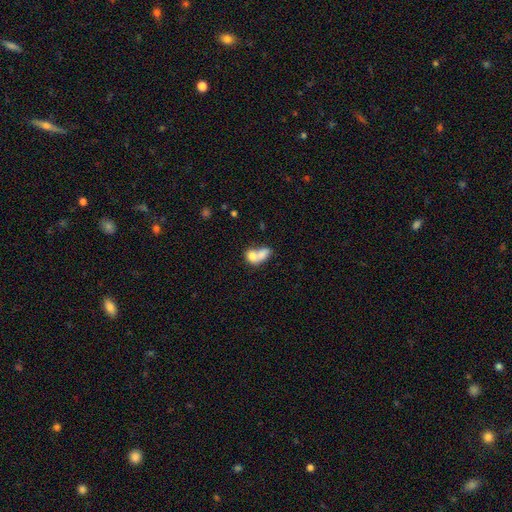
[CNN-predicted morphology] Smooth or featured: smooth — 74% (featured or disk — 18%)
How rounded: in between — 73% (round — 24%)
Merging: merger — 71% (none — 17%)